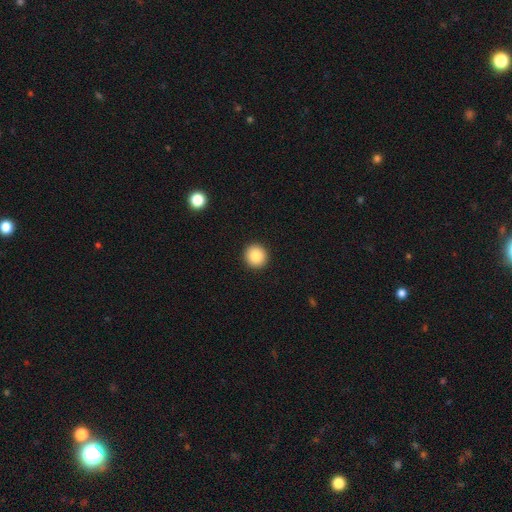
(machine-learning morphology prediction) smooth 87%, star or artifact 9%, featured or disk 4%. Down the decision tree: how rounded — round (94%); merging — none (93%).